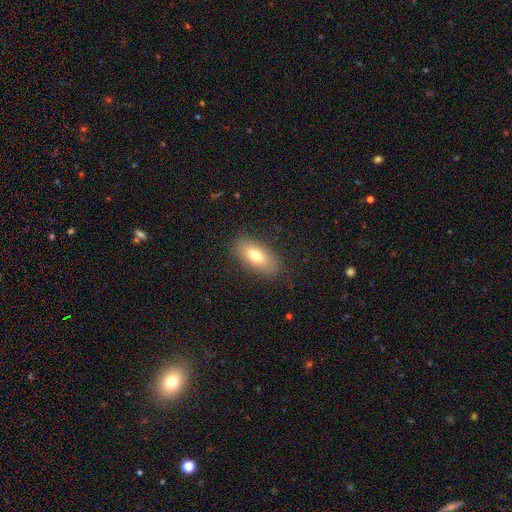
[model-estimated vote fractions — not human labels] Q: Smooth or featured?
A: smooth (73%); runner-up: featured or disk (19%)
Q: How rounded?
A: in between (86%); runner-up: cigar-shaped (10%)
Q: Merging?
A: none (85%); runner-up: minor disturbance (10%)